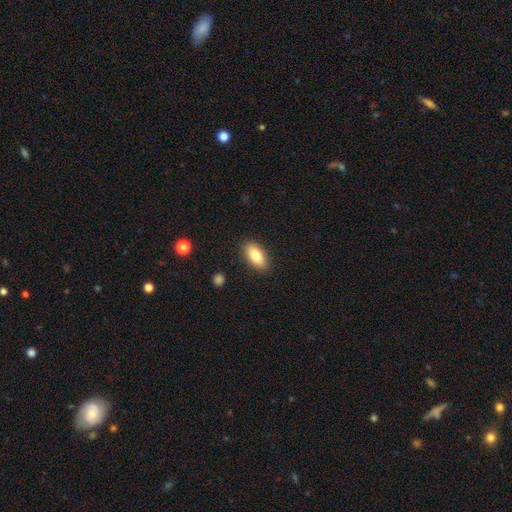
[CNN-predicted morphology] The model was most divided on "smooth or featured": smooth: 81%, featured or disk: 12%, star or artifact: 7%. More confident: how rounded — in between (90%); merging — none (88%).